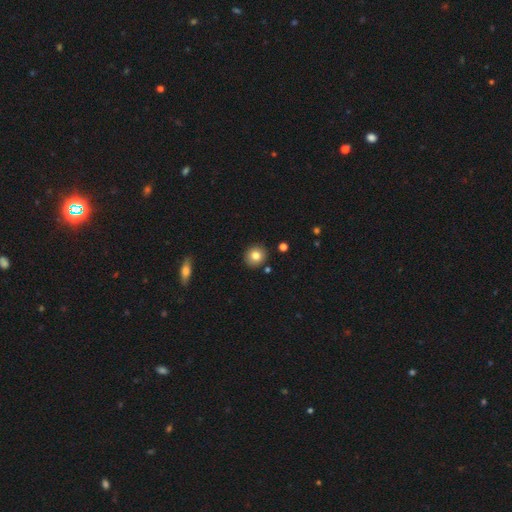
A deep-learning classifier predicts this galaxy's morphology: smooth 81%, star or artifact 10%, featured or disk 9%. Down the decision tree: how rounded — round (87%); merging — none (89%).